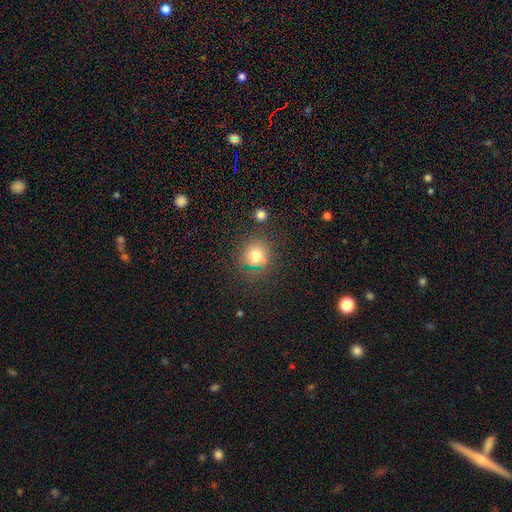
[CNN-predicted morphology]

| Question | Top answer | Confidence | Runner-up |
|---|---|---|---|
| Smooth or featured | smooth | 73% | star or artifact (17%) |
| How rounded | round | 86% | in between (13%) |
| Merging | none | 78% | minor disturbance (12%) |